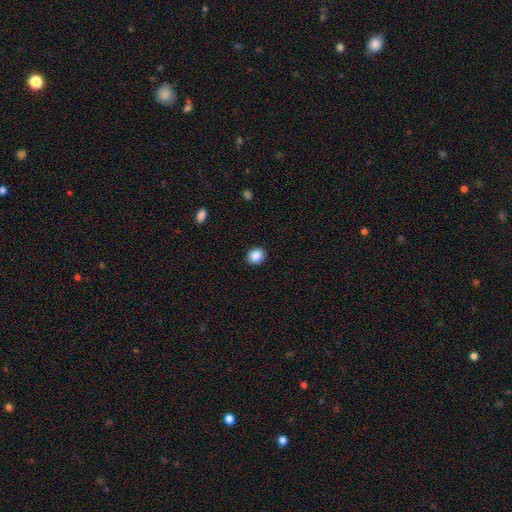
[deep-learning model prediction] Smooth or featured?
  - smooth: 88% *
  - star or artifact: 9%
  - featured or disk: 3%
How rounded?
  - round: 64% *
  - in between: 35%
  - cigar-shaped: 1%
Merging?
  - none: 91% *
  - minor disturbance: 6%
  - major disturbance: 2%
  - merger: 1%